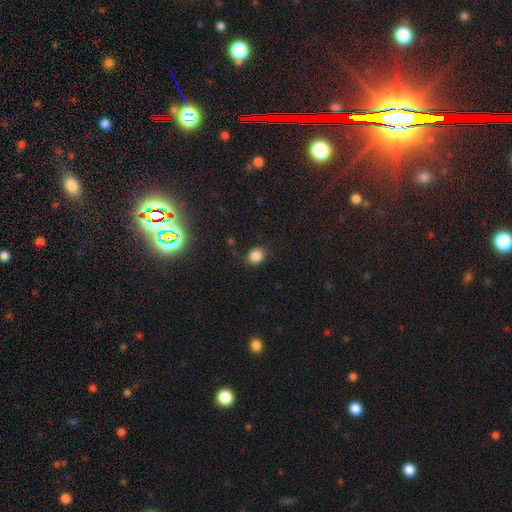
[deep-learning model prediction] A smooth galaxy with no disk features (84%) that is in between round and cigar-shaped (53%).

Vote fractions:
- Smooth or featured? smooth: 84% / star or artifact: 12% / featured or disk: 5%
- How rounded? in between: 53% / round: 46% / cigar-shaped: 1%
- Merging? none: 84% / minor disturbance: 11% / major disturbance: 3% / merger: 2%